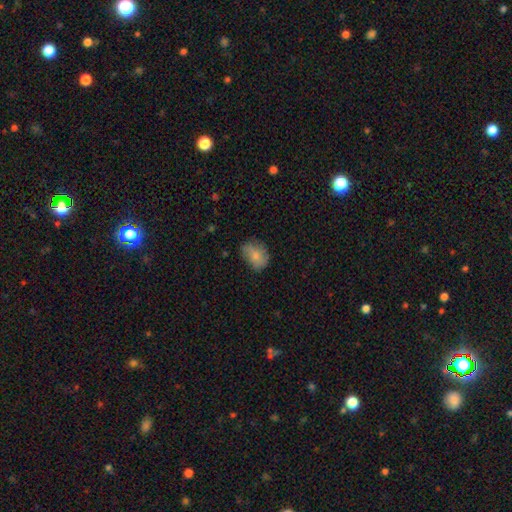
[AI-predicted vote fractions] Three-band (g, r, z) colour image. It shows a smooth galaxy with no disk features (76%) that is in between round and cigar-shaped (70%). Merging: none (64%).